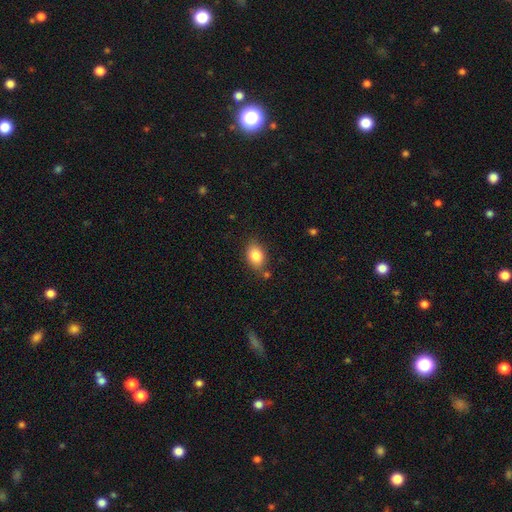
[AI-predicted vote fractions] Smooth or featured? smooth (84%)
How rounded? in between (76%)
Merging? none (77%)